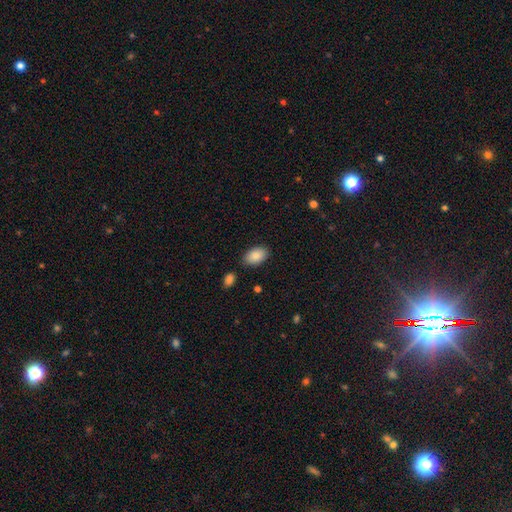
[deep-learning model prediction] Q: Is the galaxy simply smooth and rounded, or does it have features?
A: smooth — 87%.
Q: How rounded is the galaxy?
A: in between — 92%.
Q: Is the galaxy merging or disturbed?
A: none — 82%.